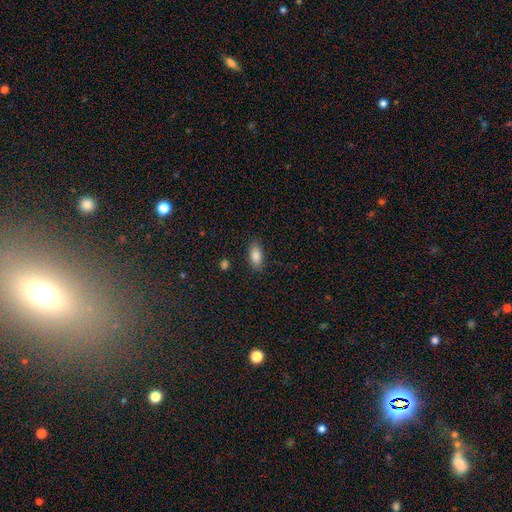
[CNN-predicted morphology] Smooth or featured: smooth — 86% (star or artifact — 8%)
How rounded: in between — 87% (cigar-shaped — 9%)
Merging: none — 85% (minor disturbance — 10%)